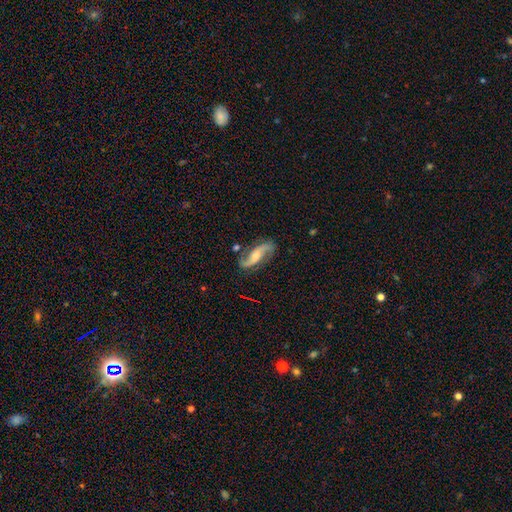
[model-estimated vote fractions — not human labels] featured or disk 86%, smooth 9%, star or artifact 5%. Down the decision tree: edge-on disk — no (94%); bar — no (48%); spiral arms — yes (97%); spiral arm count — 2 (93%); spiral winding — loose (66%); bulge size — moderate (46%); merging — none (76%).